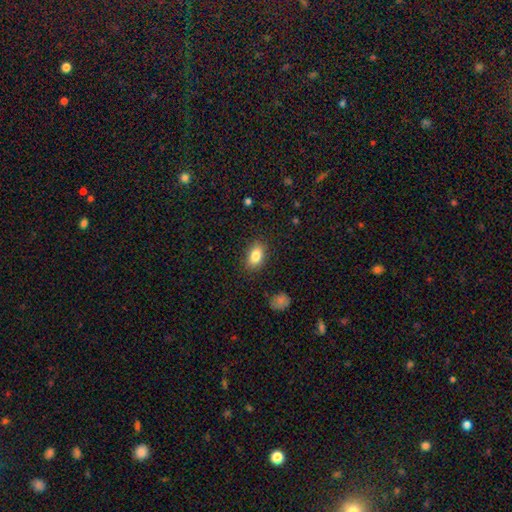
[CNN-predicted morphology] This appears to be a smooth galaxy with no disk features (84%) that is in between round and cigar-shaped (88%). Merging: none (86%).